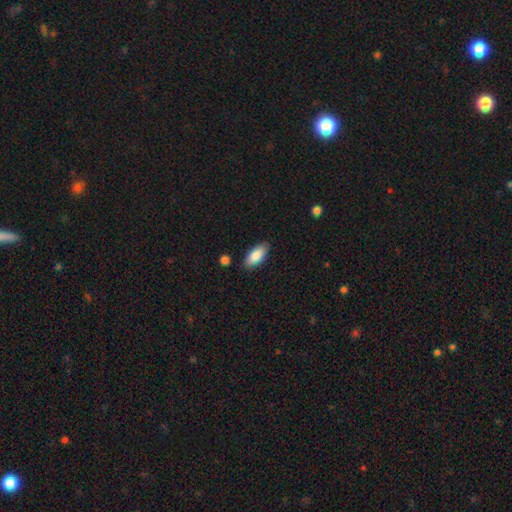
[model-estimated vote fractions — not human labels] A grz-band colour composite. It shows a smooth galaxy with no disk features (86%) that is in between round and cigar-shaped (88%). Merging: none (86%).